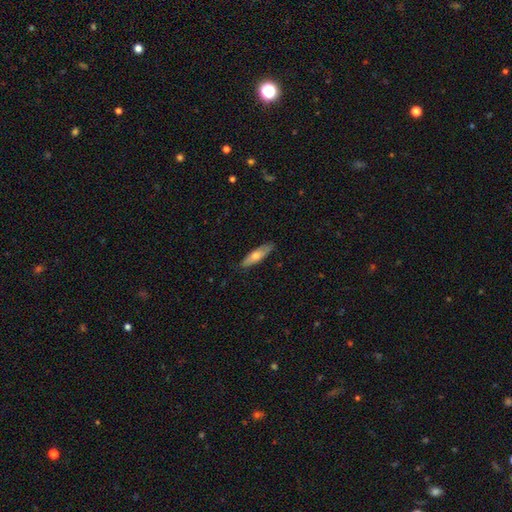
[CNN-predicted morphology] The model was most divided on "how rounded": cigar-shaped: 59%, in between: 39%, round: 2%. More confident: merging — none (84%); smooth or featured — smooth (62%).